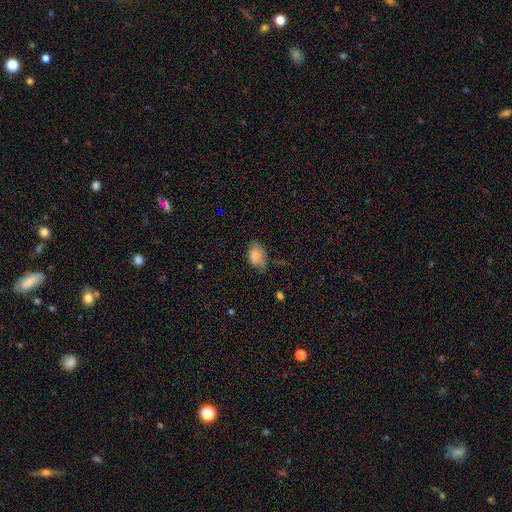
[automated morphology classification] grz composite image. It shows a smooth galaxy with no disk features (85%) that is in between round and cigar-shaped (86%). Merging: none (60%).